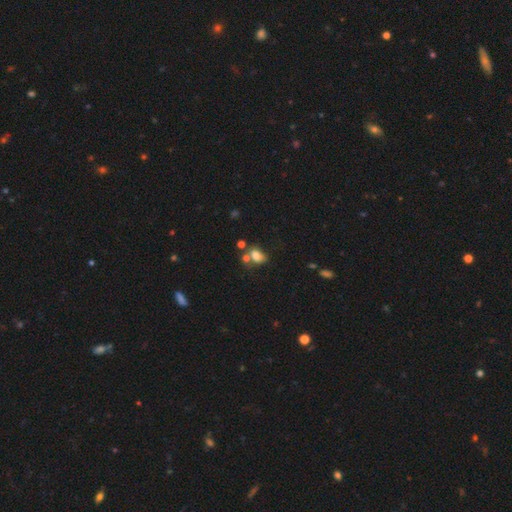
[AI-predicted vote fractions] Smooth or featured? smooth (75%)
How rounded? in between (72%)
Merging? none (42%)